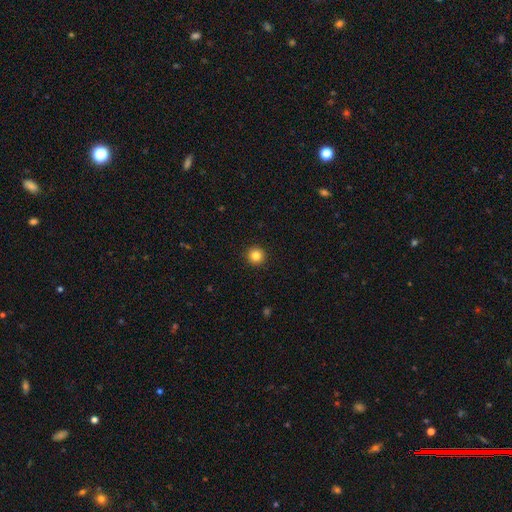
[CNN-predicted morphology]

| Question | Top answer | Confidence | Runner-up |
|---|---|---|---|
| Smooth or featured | smooth | 84% | star or artifact (11%) |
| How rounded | round | 96% | in between (3%) |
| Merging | none | 93% | minor disturbance (4%) |